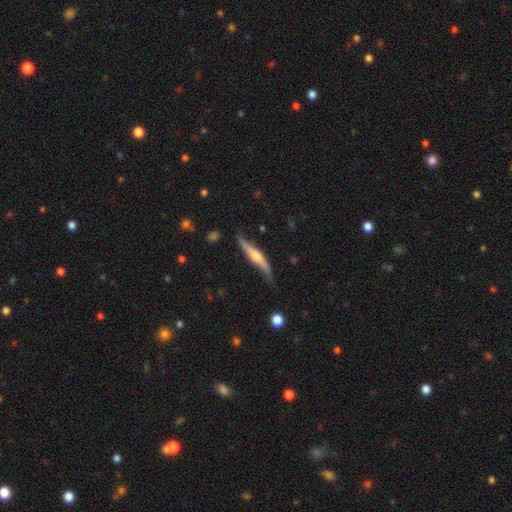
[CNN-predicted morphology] smooth-or-featured: featured or disk: 65% | smooth: 30% | star or artifact: 5%
  disk-edge-on: yes: 86% | no: 14%
    edge-on-bulge: rounded: 72% | boxy: 14% | none: 14%
  merging: none: 64% | minor disturbance: 28% | major disturbance: 6% | merger: 2%